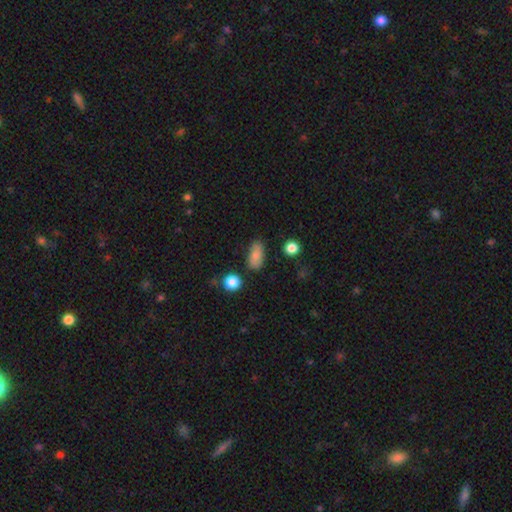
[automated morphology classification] A smooth galaxy with no disk features (79%) that is in between round and cigar-shaped (87%).

Vote fractions:
- Smooth or featured? smooth: 79% / featured or disk: 11% / star or artifact: 9%
- How rounded? in between: 87% / round: 8% / cigar-shaped: 6%
- Merging? none: 70% / minor disturbance: 22% / major disturbance: 5% / merger: 3%